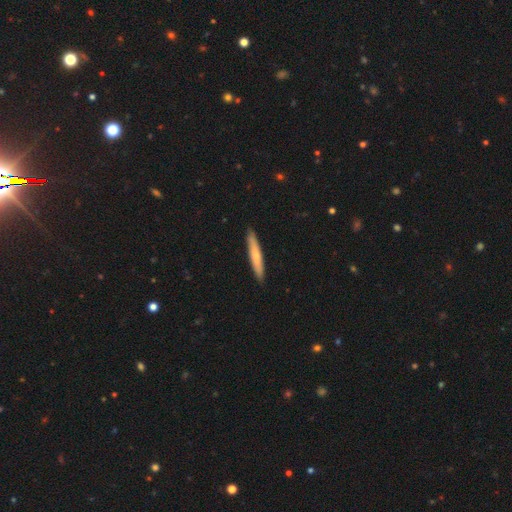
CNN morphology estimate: Smooth or featured? Predicted: smooth (p=0.65). How rounded? Predicted: cigar-shaped (p=0.94). Merging? Predicted: none (p=0.91).